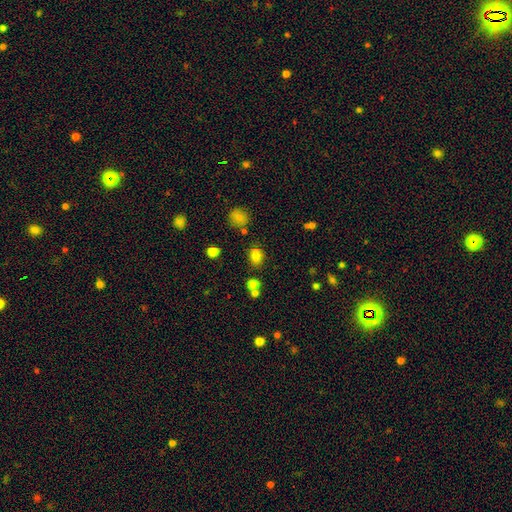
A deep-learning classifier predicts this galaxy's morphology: smooth 79%, star or artifact 14%, featured or disk 7%. Down the decision tree: how rounded — in between (58%); merging — none (78%).